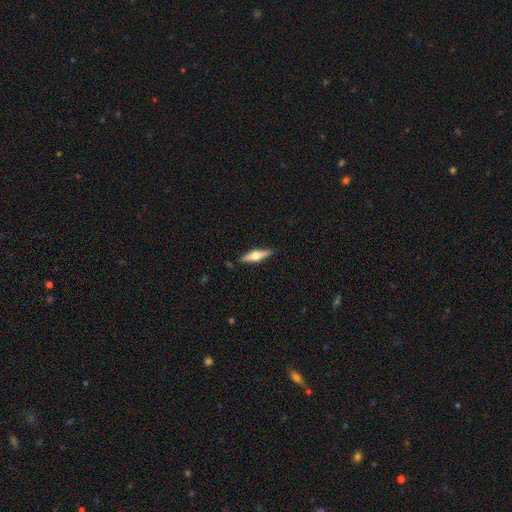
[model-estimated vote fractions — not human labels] The model was most divided on "smooth or featured": featured or disk: 51%, smooth: 44%, star or artifact: 5%. More confident: edge-on disk — yes (94%); merging — none (88%).